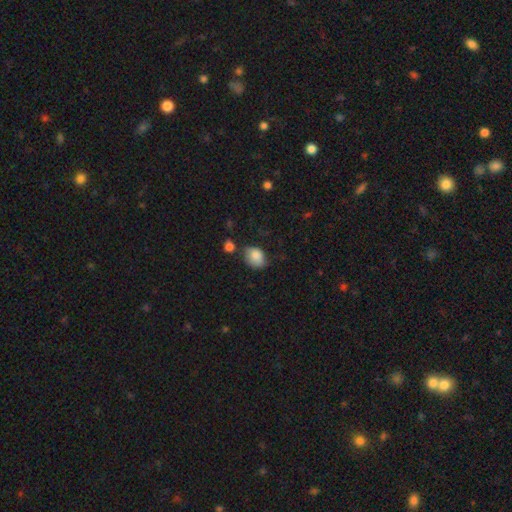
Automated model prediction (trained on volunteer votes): The model was most divided on "merging": none: 55%, minor disturbance: 30%, major disturbance: 8%, merger: 7%. More confident: smooth or featured — smooth (84%); how rounded — in between (67%).